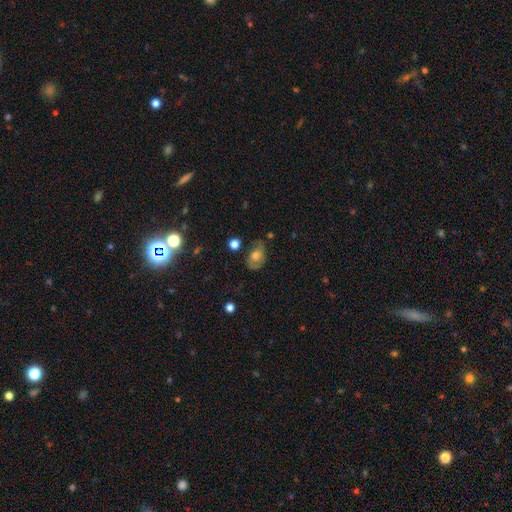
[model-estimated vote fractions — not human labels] This is possibly a smooth galaxy (53%). How rounded: likely in between (71%). Merging: possibly none (54%).